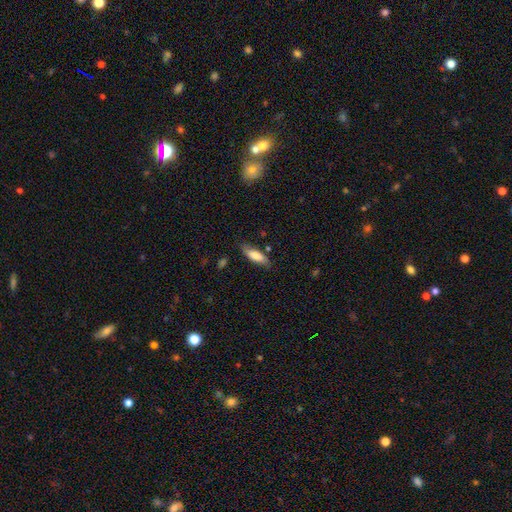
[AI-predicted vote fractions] Overall: smooth (78%). How rounded: in between (57%; cigar-shaped 41%). Merging: none (76%).